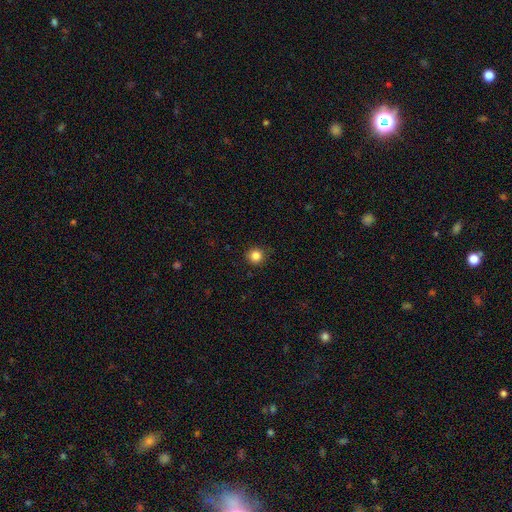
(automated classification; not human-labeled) This is clearly a smooth galaxy (85%). How rounded: clearly round (94%). Merging: clearly none (90%).